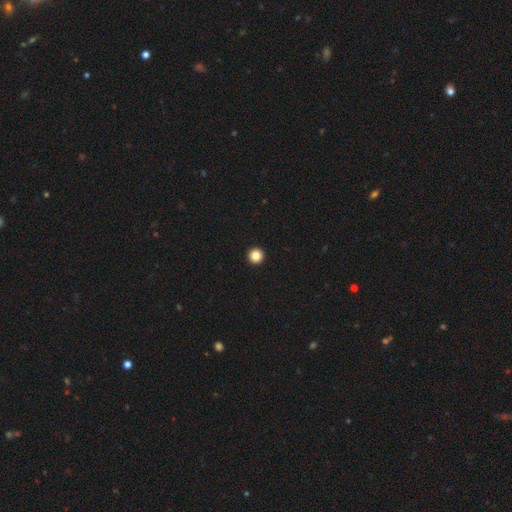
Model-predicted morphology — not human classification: Smooth or featured?
  - smooth: 85% *
  - star or artifact: 11%
  - featured or disk: 4%
How rounded?
  - round: 97% *
  - in between: 2%
  - cigar-shaped: 1%
Merging?
  - none: 95% *
  - minor disturbance: 3%
  - major disturbance: 1%
  - merger: 1%